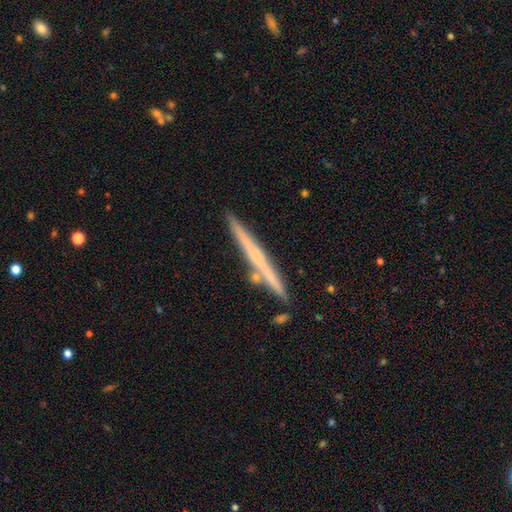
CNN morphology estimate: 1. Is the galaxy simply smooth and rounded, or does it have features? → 62% featured or disk, 32% smooth, 6% star or artifact.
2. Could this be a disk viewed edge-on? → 97% yes, 3% no.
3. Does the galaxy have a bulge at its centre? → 66% none, 29% rounded, 5% boxy.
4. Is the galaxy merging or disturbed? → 84% none, 9% minor disturbance, 5% merger, 2% major disturbance.